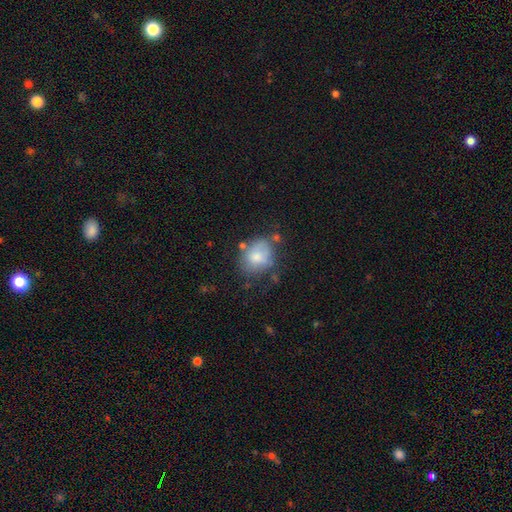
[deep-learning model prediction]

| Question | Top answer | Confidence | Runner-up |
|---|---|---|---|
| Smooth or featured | smooth | 70% | featured or disk (21%) |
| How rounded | in between | 50% | round (49%) |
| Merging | none | 53% | minor disturbance (27%) |